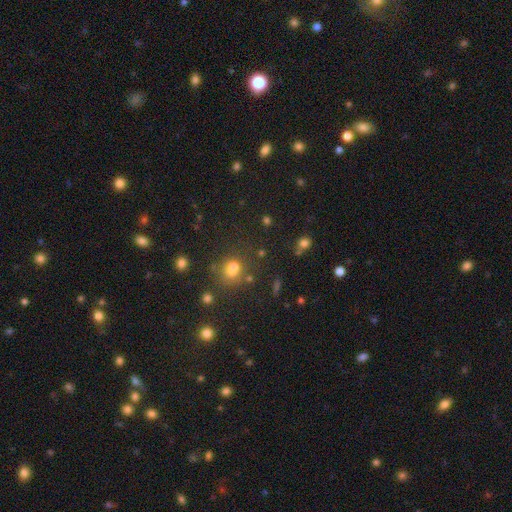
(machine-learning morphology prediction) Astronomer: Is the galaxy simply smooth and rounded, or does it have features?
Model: smooth — 57% (runner-up: star or artifact, 37%).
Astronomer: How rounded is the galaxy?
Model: round — 84%.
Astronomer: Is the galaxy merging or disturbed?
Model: none — 81%.